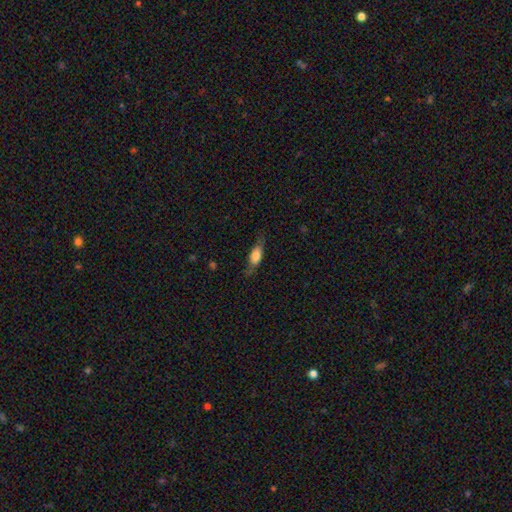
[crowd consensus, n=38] smooth-or-featured: smooth: 68% | featured or disk: 29% | star or artifact: 3%
  how-rounded: in between: 77% | cigar-shaped: 23% | round: 0%
  merging: none: 49% | minor disturbance: 27% | major disturbance: 24% | merger: 0%